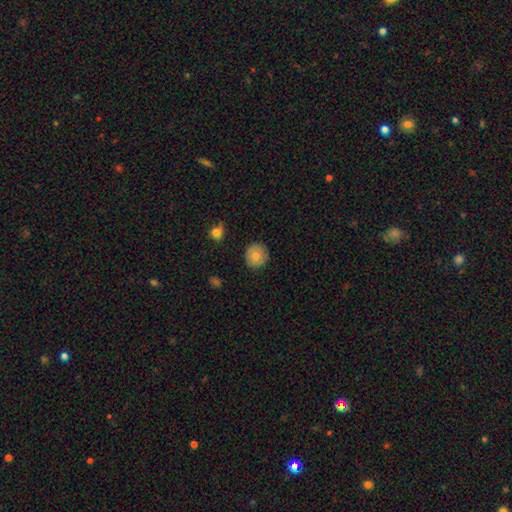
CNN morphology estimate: type=smooth (71%); roundness=round (89%); merging=none (84%).